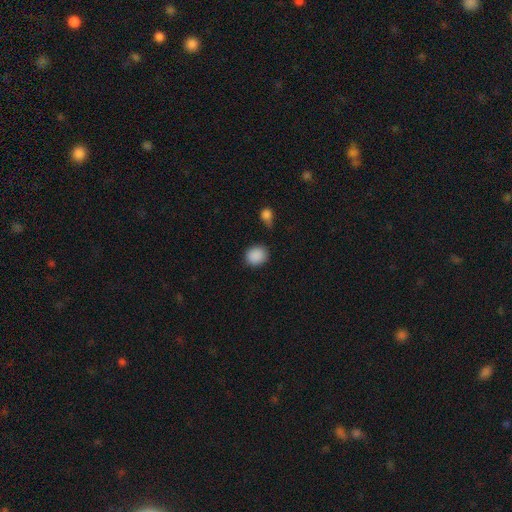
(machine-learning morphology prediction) Smooth or featured? smooth (88%)
How rounded? round (68%)
Merging? none (76%)